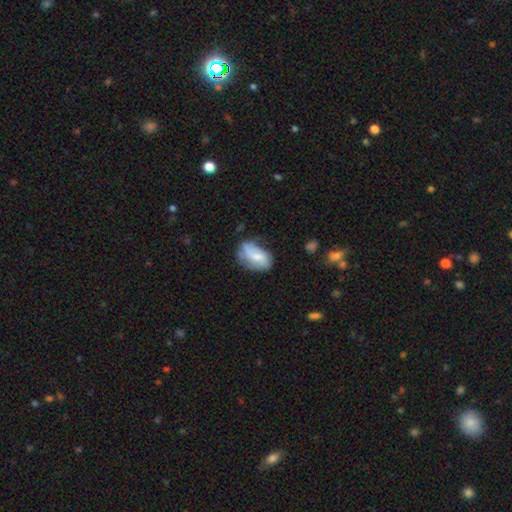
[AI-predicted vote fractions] smooth-or-featured: smooth: 54% | featured or disk: 39% | star or artifact: 7%
  how-rounded: in between: 91% | round: 7% | cigar-shaped: 3%
  merging: none: 43% | minor disturbance: 35% | major disturbance: 18% | merger: 4%